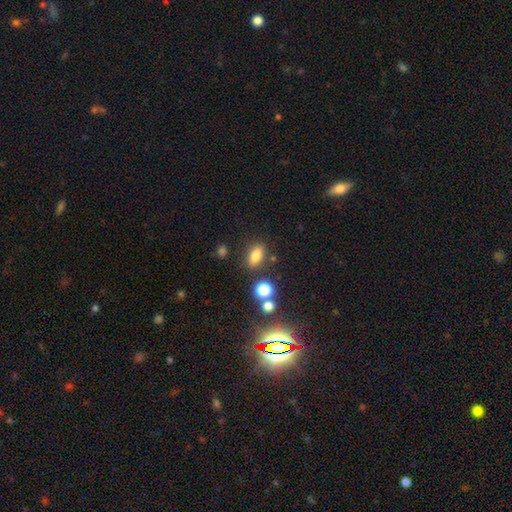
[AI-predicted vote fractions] Smooth or featured? Predicted: smooth (p=0.78). How rounded? Predicted: in between (p=0.77). Merging? Predicted: none (p=0.79).